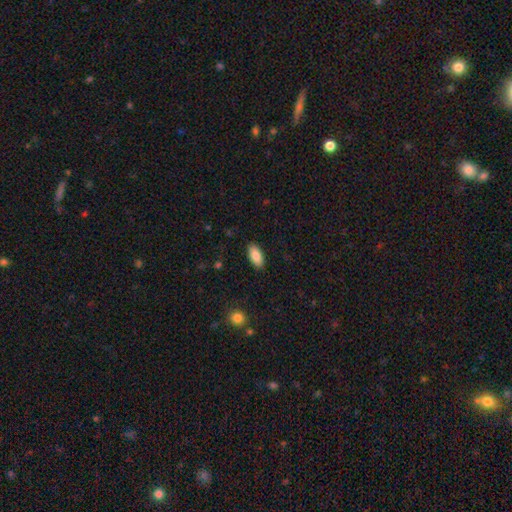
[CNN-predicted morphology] This is clearly a smooth galaxy (86%). How rounded: clearly in between (90%). Merging: clearly none (89%).